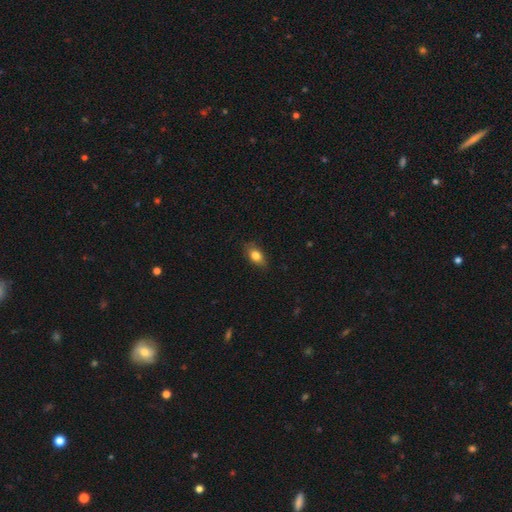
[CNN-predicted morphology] The model was most divided on "merging": none: 79%, minor disturbance: 17%, major disturbance: 3%, merger: 1%. More confident: how rounded — in between (81%); smooth or featured — smooth (79%).